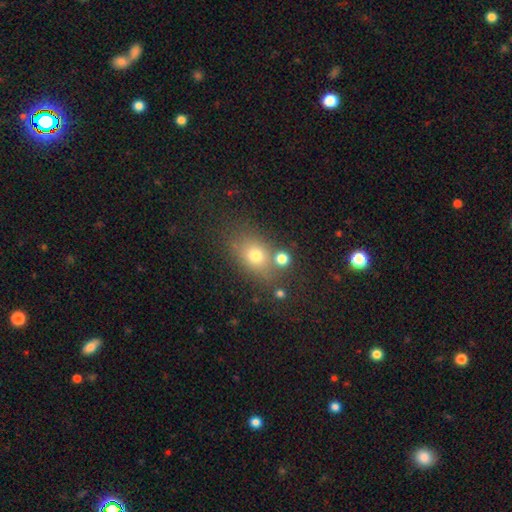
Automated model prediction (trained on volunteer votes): Smooth or featured: smooth — 71% (star or artifact — 15%)
How rounded: in between — 55% (round — 43%)
Merging: none — 64% (merger — 16%)